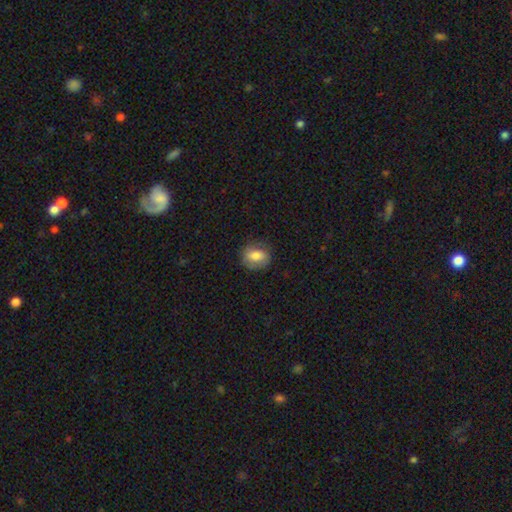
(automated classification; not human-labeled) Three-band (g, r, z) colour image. It shows a smooth galaxy with no disk features (70%) that is in between round and cigar-shaped (55%). Merging: none (77%).